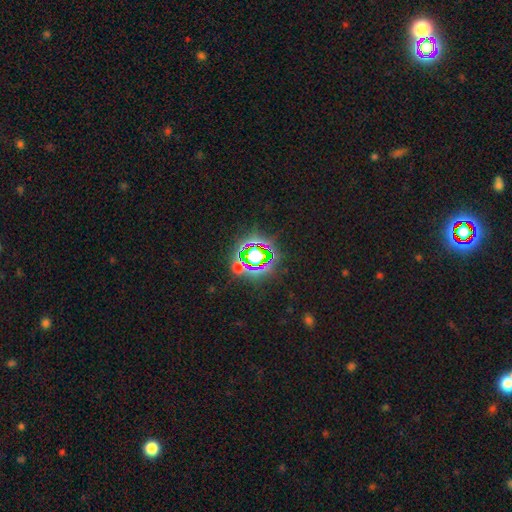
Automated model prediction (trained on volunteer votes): A star or artifact, not a galaxy (70%).